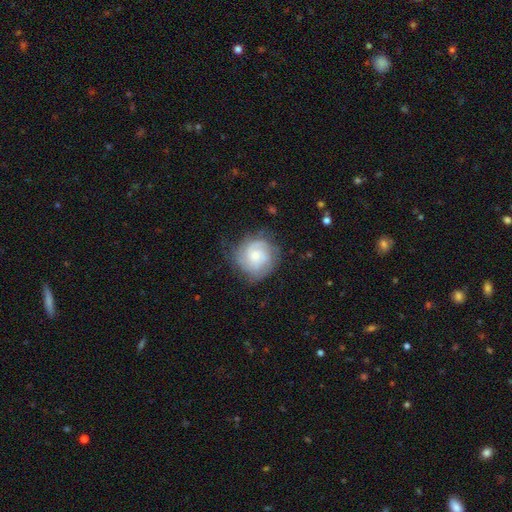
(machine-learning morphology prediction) Smooth or featured: featured or disk — 70% (smooth — 23%)
Edge-on disk: no — 98% (yes — 2%)
Bar: no — 73% (weak — 24%)
Spiral arms: yes — 92% (no — 8%)
Spiral winding: tight — 60% (medium — 31%)
Spiral arm count: can't tell — 32% (2 — 30%)
Bulge size: small — 52% (moderate — 40%)
Merging: none — 71% (minor disturbance — 19%)